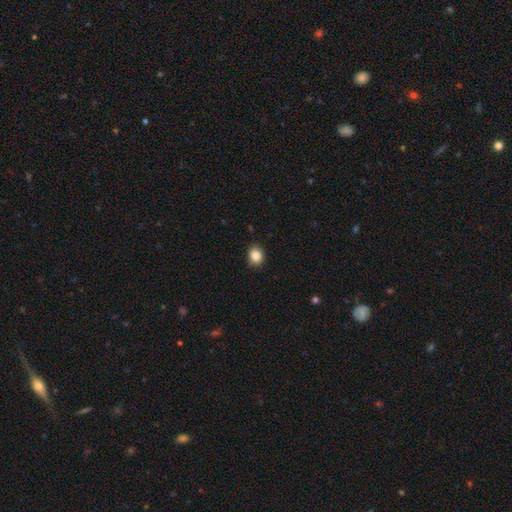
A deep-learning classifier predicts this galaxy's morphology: smooth-or-featured: smooth: 87% | star or artifact: 9% | featured or disk: 4%
  how-rounded: round: 58% | in between: 41% | cigar-shaped: 1%
  merging: none: 84% | minor disturbance: 13% | major disturbance: 2% | merger: 1%